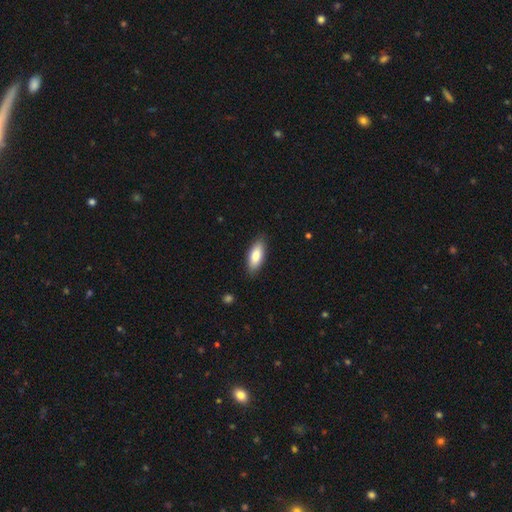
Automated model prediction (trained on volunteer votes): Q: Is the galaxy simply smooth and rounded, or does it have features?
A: smooth — 83%.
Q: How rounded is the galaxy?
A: in between — 77%.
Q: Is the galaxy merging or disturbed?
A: none — 86%.